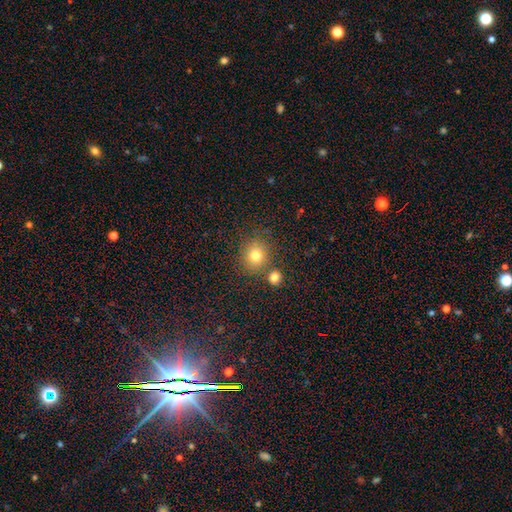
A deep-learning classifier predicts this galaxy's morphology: smooth 77%, star or artifact 15%, featured or disk 8%. Down the decision tree: how rounded — round (86%); merging — none (75%).